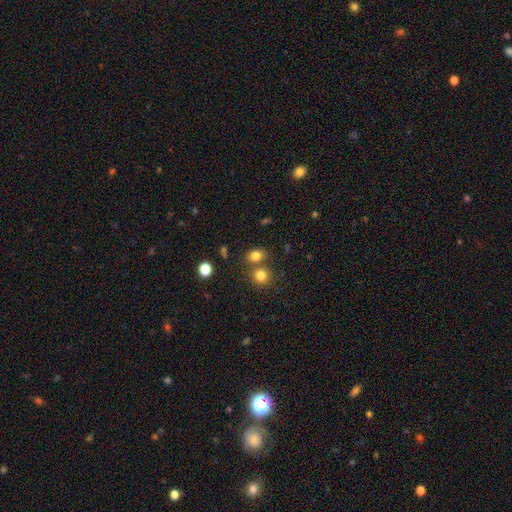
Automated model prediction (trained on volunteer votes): Smooth or featured?
  - smooth: 80% *
  - star or artifact: 14%
  - featured or disk: 7%
How rounded?
  - round: 51% *
  - in between: 48%
  - cigar-shaped: 1%
Merging?
  - none: 61% *
  - merger: 26%
  - minor disturbance: 10%
  - major disturbance: 4%